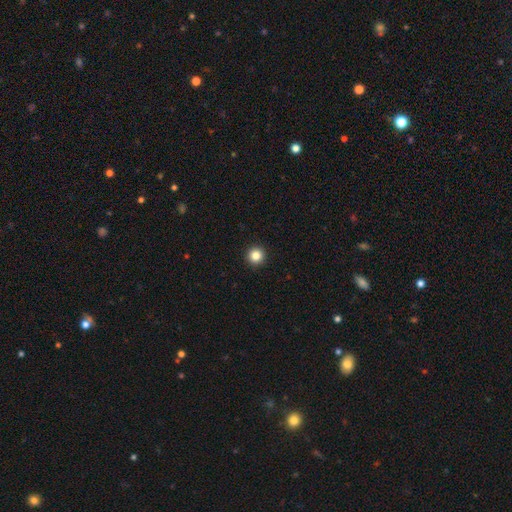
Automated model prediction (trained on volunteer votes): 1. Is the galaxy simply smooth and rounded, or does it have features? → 84% smooth, 11% star or artifact, 4% featured or disk.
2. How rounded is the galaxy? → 96% round, 3% in between, 1% cigar-shaped.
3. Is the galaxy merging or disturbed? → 94% none, 4% minor disturbance, 1% major disturbance, 1% merger.